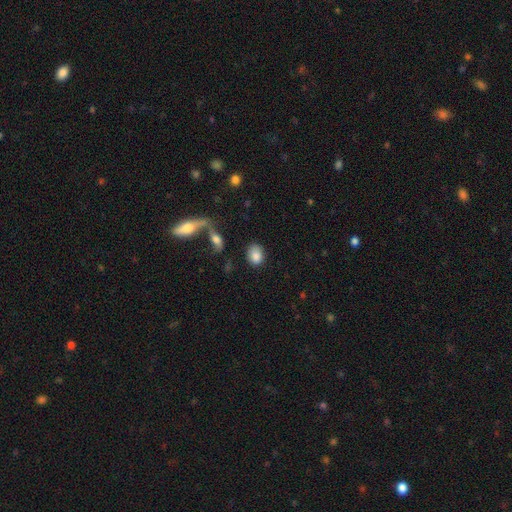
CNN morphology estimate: Smooth or featured: smooth — 85% (featured or disk — 8%)
How rounded: in between — 71% (round — 28%)
Merging: none — 72% (minor disturbance — 14%)